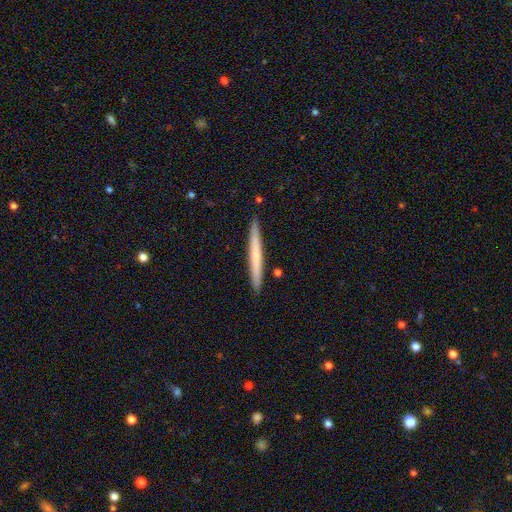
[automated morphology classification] This is possibly a smooth galaxy (58%). How rounded: clearly cigar-shaped (97%). Merging: clearly none (91%).